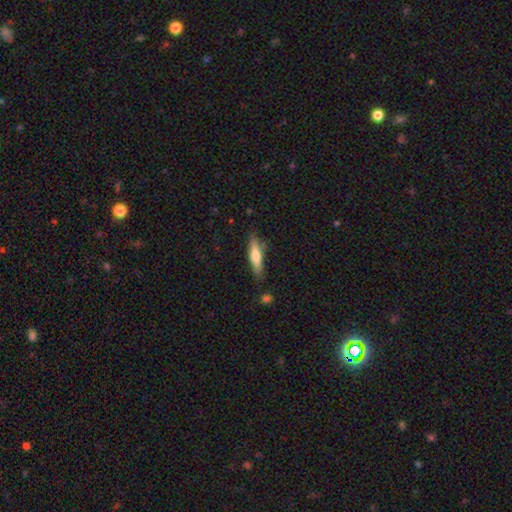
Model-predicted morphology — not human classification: smooth-or-featured: smooth: 59% | featured or disk: 35% | star or artifact: 6%
  how-rounded: cigar-shaped: 79% | in between: 19% | round: 2%
  merging: none: 80% | minor disturbance: 14% | major disturbance: 3% | merger: 3%